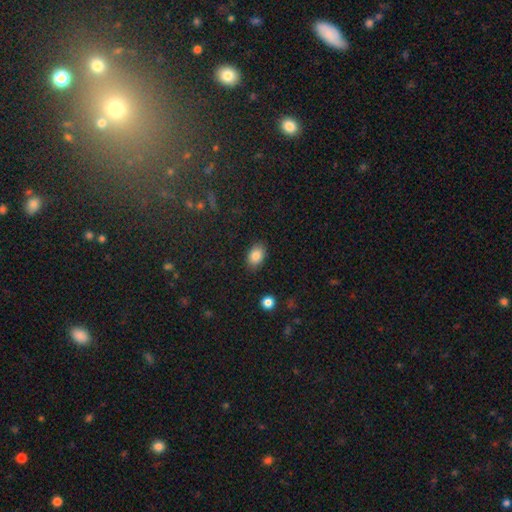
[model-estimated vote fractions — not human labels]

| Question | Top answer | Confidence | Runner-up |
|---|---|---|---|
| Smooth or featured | smooth | 85% | star or artifact (9%) |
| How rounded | in between | 83% | round (16%) |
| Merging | none | 86% | minor disturbance (10%) |